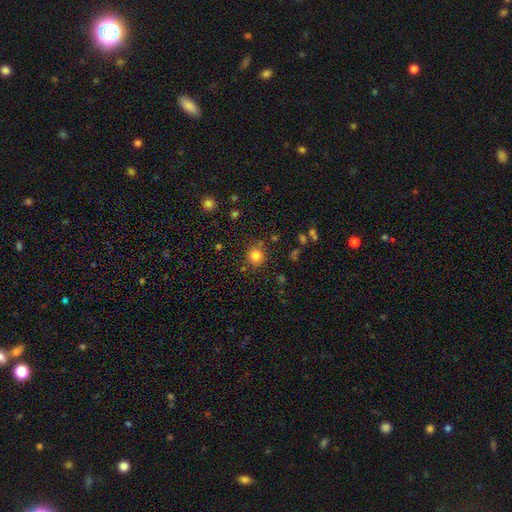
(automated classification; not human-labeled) Overall: smooth (81%). How rounded: round (92%). Merging: none (83%).